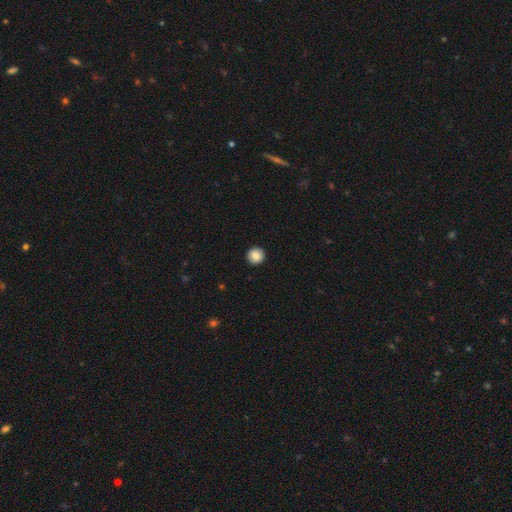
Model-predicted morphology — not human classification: smooth 86%, star or artifact 8%, featured or disk 5%. Down the decision tree: how rounded — round (94%); merging — none (92%).